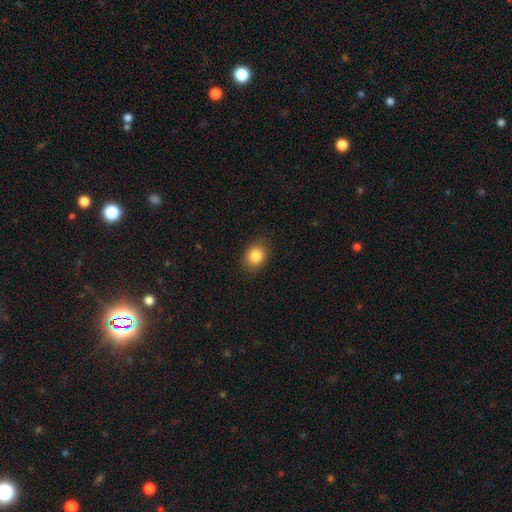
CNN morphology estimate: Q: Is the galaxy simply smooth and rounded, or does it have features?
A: smooth — 85%.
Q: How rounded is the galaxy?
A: in between — 54%.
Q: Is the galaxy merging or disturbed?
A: none — 86%.